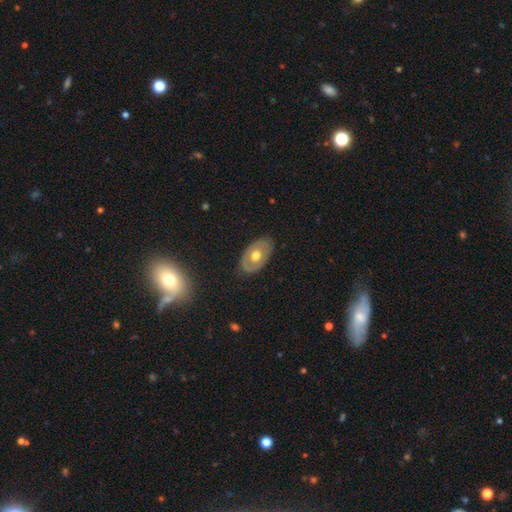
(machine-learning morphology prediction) featured or disk 50%, smooth 45%, star or artifact 6%. Down the decision tree: merging — none (81%).